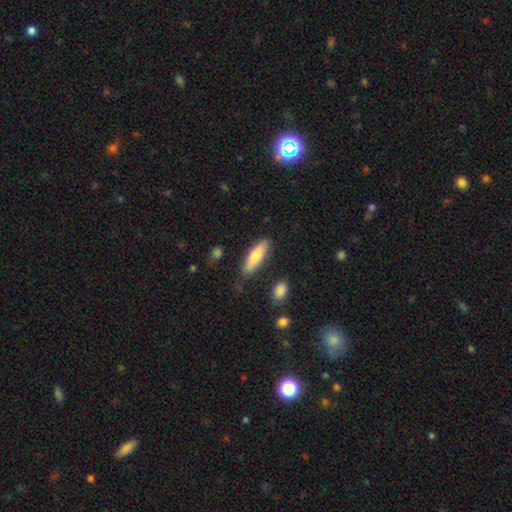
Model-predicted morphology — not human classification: type=smooth (77%); roundness=cigar-shaped (60%); merging=none (81%).